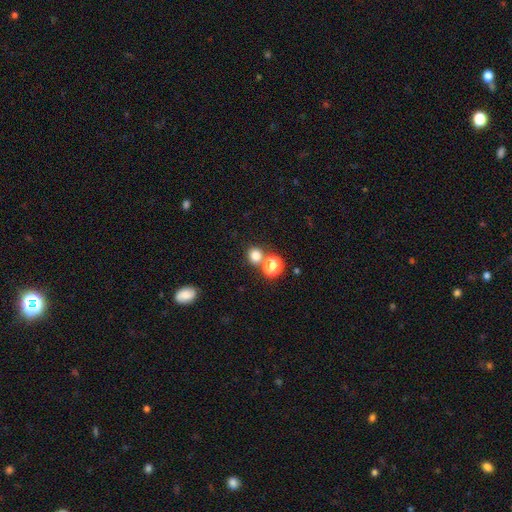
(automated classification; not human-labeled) This appears to be a smooth galaxy with no disk features (77%) that is round (88%). Merging: none (71%).